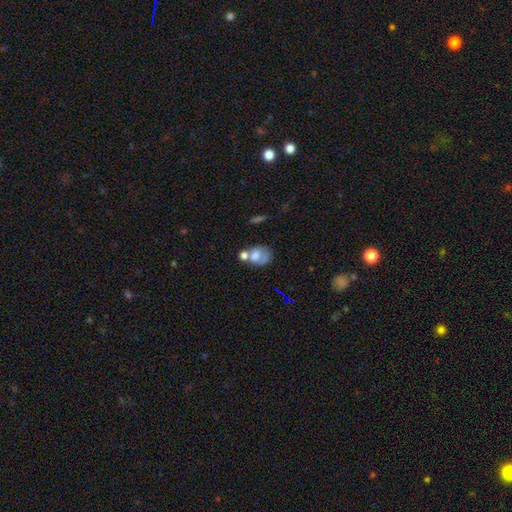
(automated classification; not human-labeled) Smooth or featured?
  - smooth: 61% *
  - featured or disk: 28%
  - star or artifact: 11%
How rounded?
  - in between: 61% *
  - round: 37%
  - cigar-shaped: 2%
Merging?
  - merger: 35% * (tied)
  - none: 35% * (tied)
  - minor disturbance: 17%
  - major disturbance: 13%